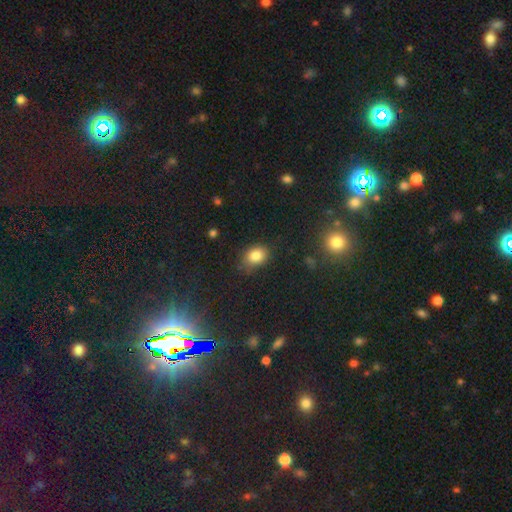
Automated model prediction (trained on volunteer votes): Overall: smooth (83%). How rounded: in between (65%; round 33%). Merging: none (73%).